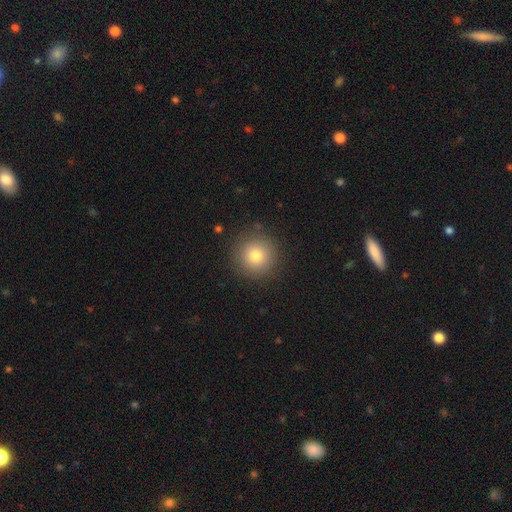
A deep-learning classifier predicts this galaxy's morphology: A smooth galaxy with no disk features (79%) that is round (95%). Merging: none (89%).